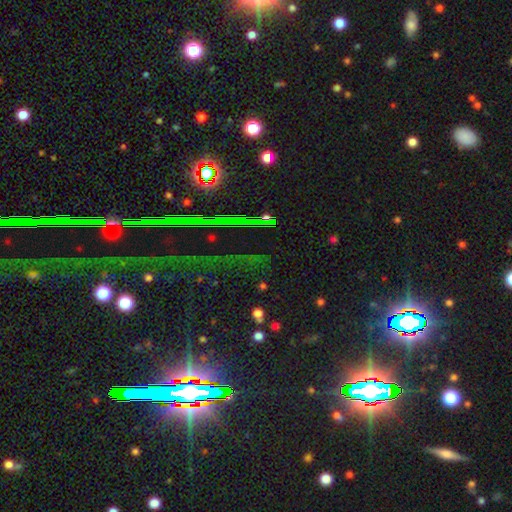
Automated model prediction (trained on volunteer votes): This is clearly a star or artifact rather than a galaxy (82%).